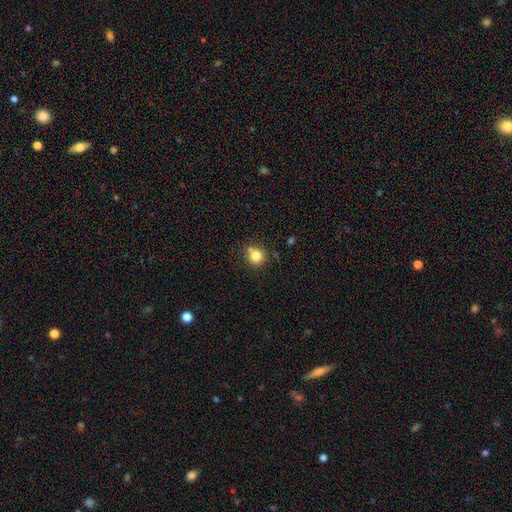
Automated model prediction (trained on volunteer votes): This is clearly a smooth galaxy (81%). How rounded: clearly round (88%). Merging: likely none (70%).